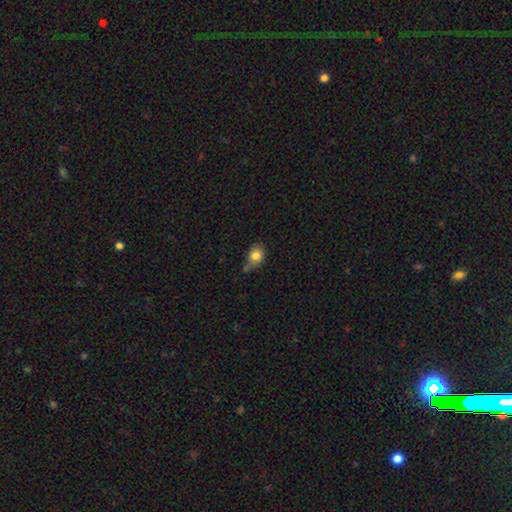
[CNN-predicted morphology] Q: Smooth or featured?
A: smooth (81%); runner-up: featured or disk (10%)
Q: How rounded?
A: in between (55%); runner-up: round (43%)
Q: Merging?
A: none (41%); runner-up: minor disturbance (35%)